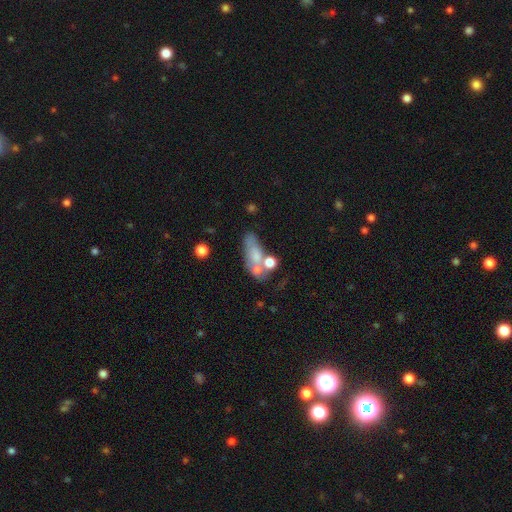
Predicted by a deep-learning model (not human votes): This is possibly a smooth galaxy (59%). How rounded: likely in between (70%). Merging: marginally merger (38%).